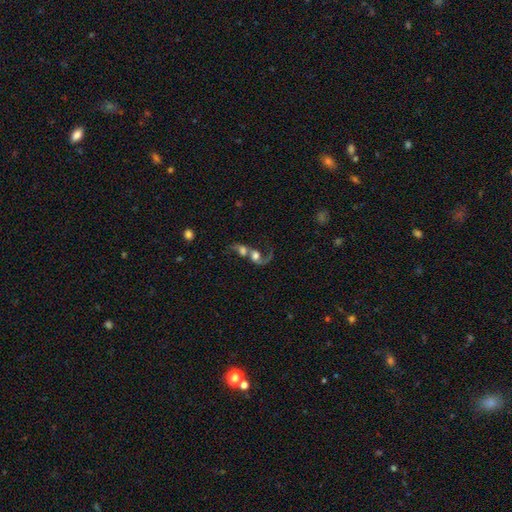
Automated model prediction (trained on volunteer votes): Smooth or featured? featured or disk (54%)
Edge-on disk? no (96%)
Bar? no (71%)
Spiral arms? yes (75%)
Bulge size? large (39%)
Merging? merger (79%)